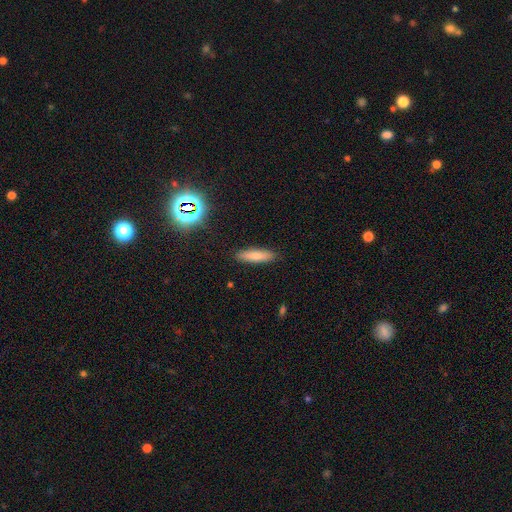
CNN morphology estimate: Q: Smooth or featured?
A: smooth (76%); runner-up: featured or disk (17%)
Q: How rounded?
A: cigar-shaped (70%); runner-up: in between (28%)
Q: Merging?
A: none (89%); runner-up: minor disturbance (8%)